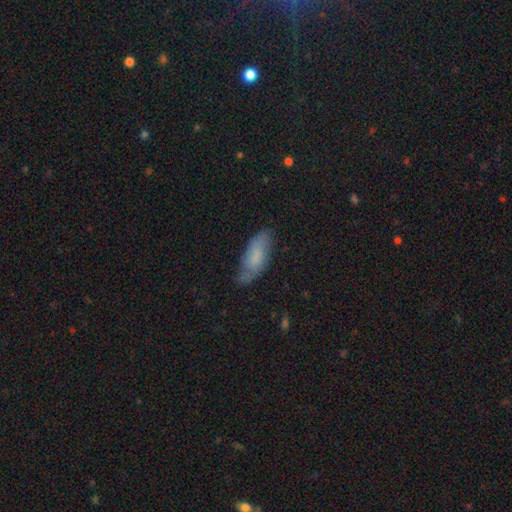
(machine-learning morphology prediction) A smooth galaxy with no disk features (70%) that is in between round and cigar-shaped (74%). Merging: none (63%).